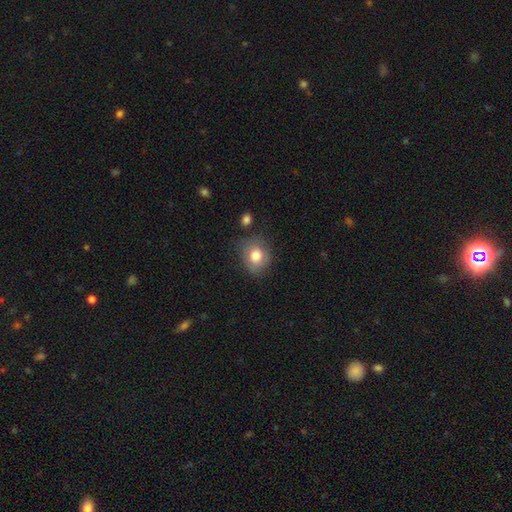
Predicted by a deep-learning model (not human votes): Smooth or featured?
  - smooth: 77% *
  - featured or disk: 15%
  - star or artifact: 8%
How rounded?
  - round: 67% *
  - in between: 32%
  - cigar-shaped: 1%
Merging?
  - none: 67% *
  - minor disturbance: 22%
  - major disturbance: 8%
  - merger: 3%